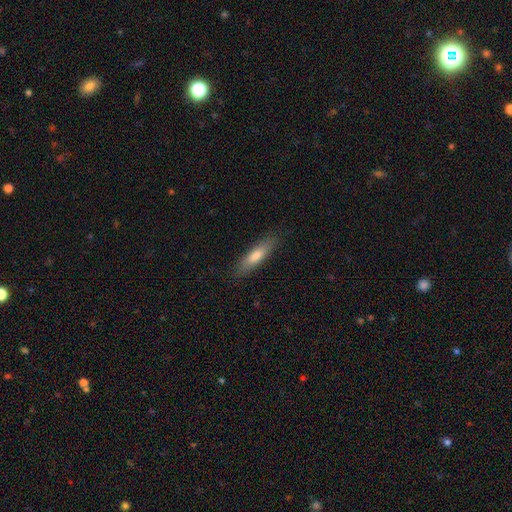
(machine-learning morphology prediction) type=smooth (68%); roundness=cigar-shaped (76%); merging=none (87%).